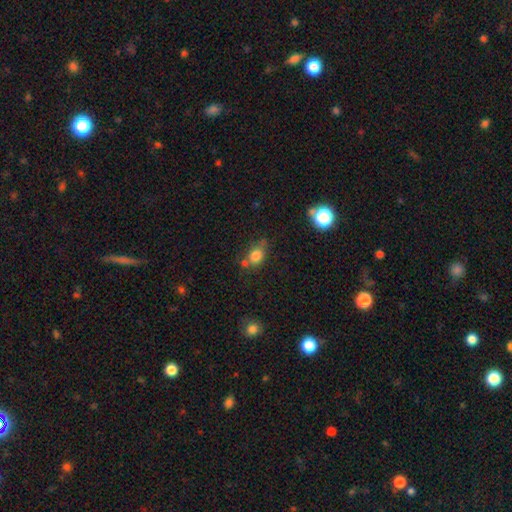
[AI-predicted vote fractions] A smooth galaxy with no disk features (77%) that is in between round and cigar-shaped (54%). Merging: none (52%).